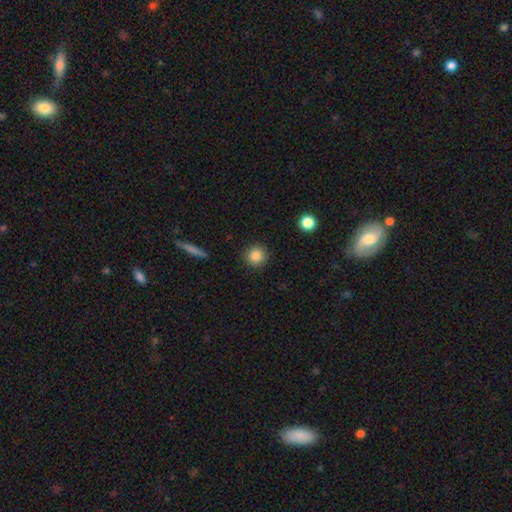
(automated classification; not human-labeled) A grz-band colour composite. It shows a smooth galaxy with no disk features (86%) that is round (94%). Merging: none (91%).